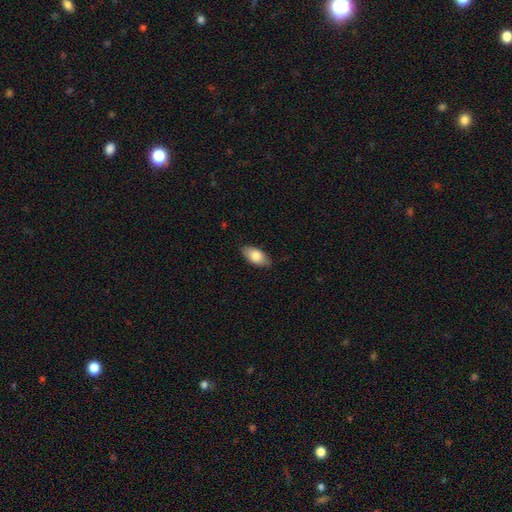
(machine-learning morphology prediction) type=smooth (81%); roundness=in between (92%); merging=none (84%).